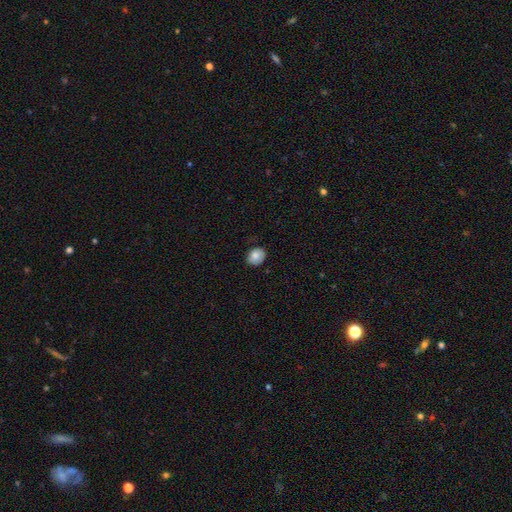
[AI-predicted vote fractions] Smooth or featured? smooth (81%)
How rounded? round (52%)
Merging? none (77%)